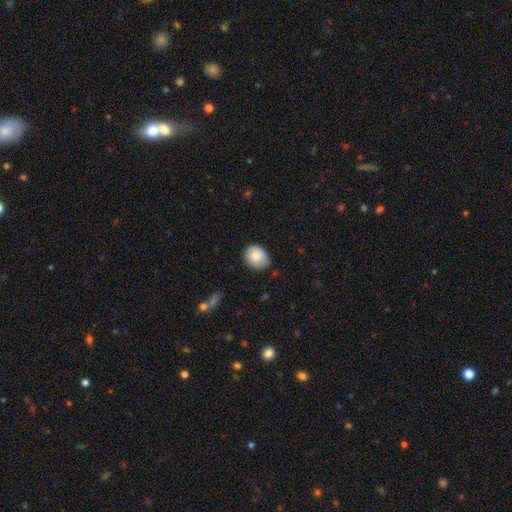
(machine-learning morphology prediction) A smooth galaxy with no disk features (82%) that is in between round and cigar-shaped (52%).

Vote fractions:
- Smooth or featured? smooth: 82% / featured or disk: 11% / star or artifact: 7%
- How rounded? in between: 52% / round: 47% / cigar-shaped: 1%
- Merging? none: 79% / minor disturbance: 17% / major disturbance: 2% / merger: 1%